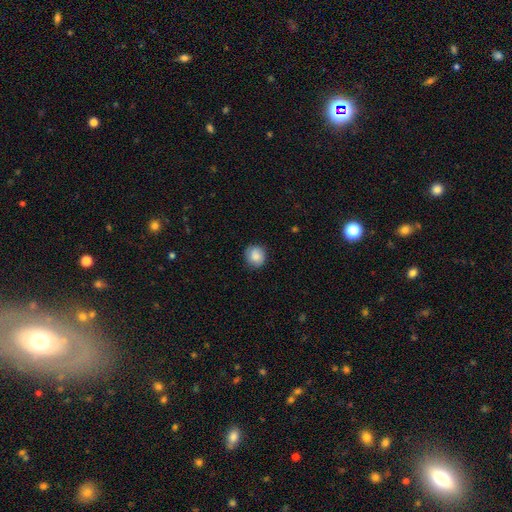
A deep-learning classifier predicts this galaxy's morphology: The model was most divided on "how rounded": round: 83%, in between: 17%, cigar-shaped: 1%. More confident: smooth or featured — smooth (82%); merging — none (81%).